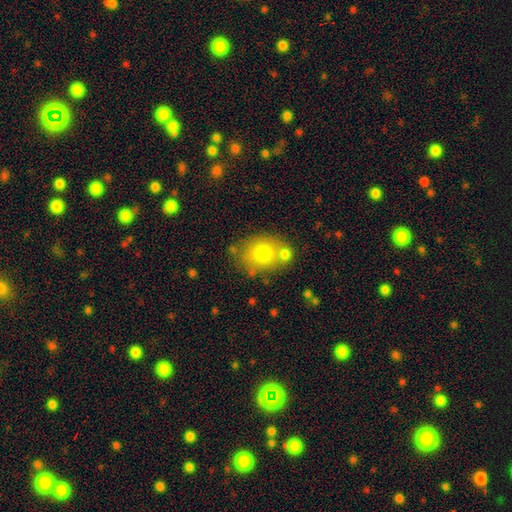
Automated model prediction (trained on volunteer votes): This is likely a smooth galaxy (74%). How rounded: possibly round (53%). Merging: likely none (60%).